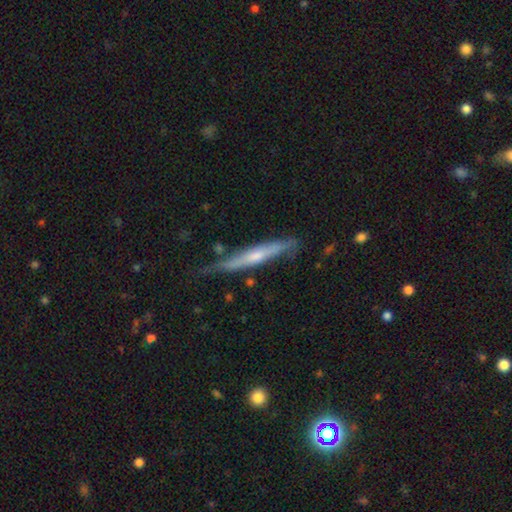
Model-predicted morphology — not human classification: featured or disk 61%, smooth 33%, star or artifact 6%. Down the decision tree: edge-on disk — yes (91%); edge-on bulge — rounded (60%); merging — none (68%).